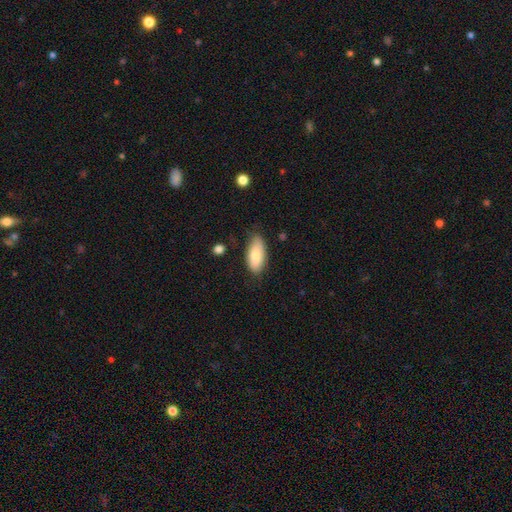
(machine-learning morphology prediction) smooth_or_featured: smooth (p=0.81) [alt: featured or disk p=0.13]
how_rounded: in between (p=0.88) [alt: cigar-shaped p=0.10]
merging: none (p=0.73) [alt: minor disturbance p=0.21]